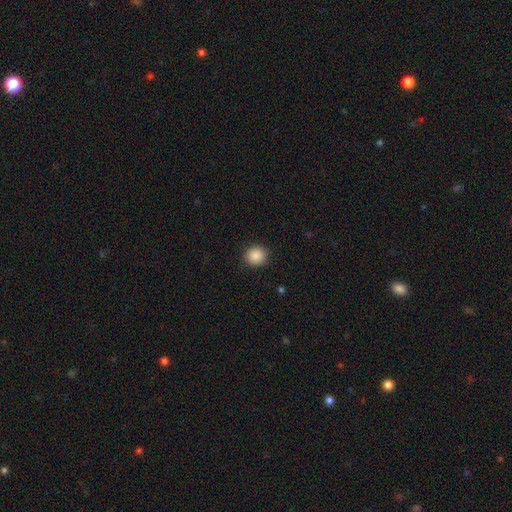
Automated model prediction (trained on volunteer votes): smooth 88%, star or artifact 9%, featured or disk 3%. Down the decision tree: how rounded — round (86%); merging — none (91%).